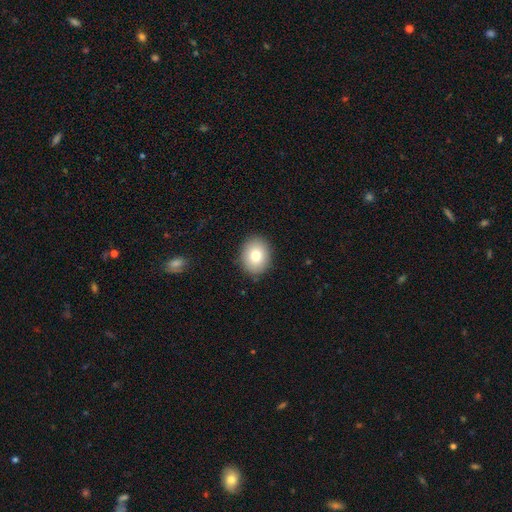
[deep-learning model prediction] The model was most divided on "how rounded": round: 55%, in between: 44%, cigar-shaped: 1%. More confident: merging — none (88%); smooth or featured — smooth (80%).